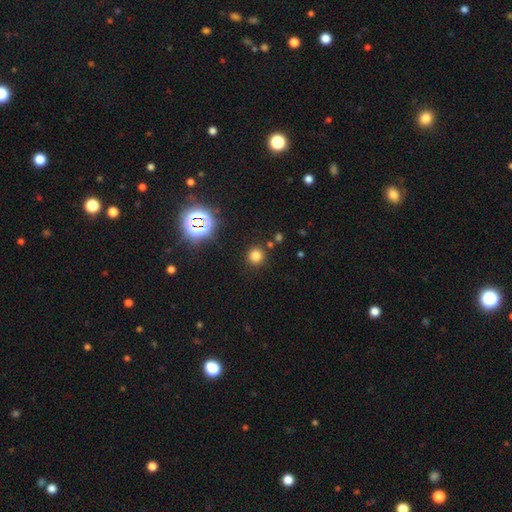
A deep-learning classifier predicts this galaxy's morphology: smooth 75%, star or artifact 20%, featured or disk 5%. Down the decision tree: how rounded — round (94%); merging — none (87%).